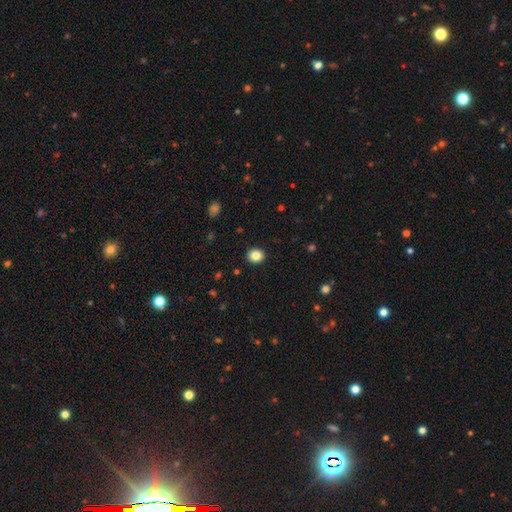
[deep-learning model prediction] The model was most divided on "how rounded": round: 78%, in between: 21%, cigar-shaped: 1%. More confident: merging — none (92%); smooth or featured — smooth (84%).